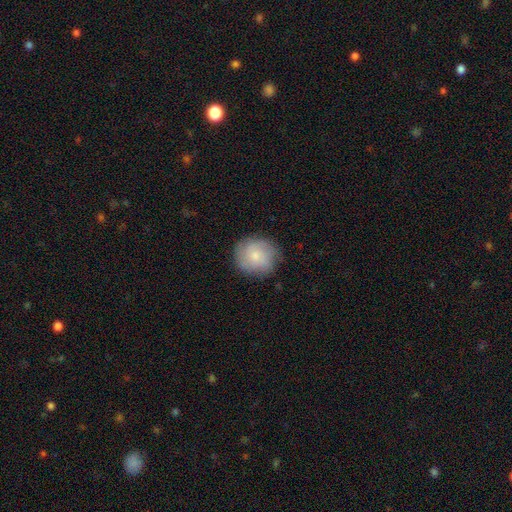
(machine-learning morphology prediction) type=smooth (69%); roundness=round (84%); merging=none (79%).